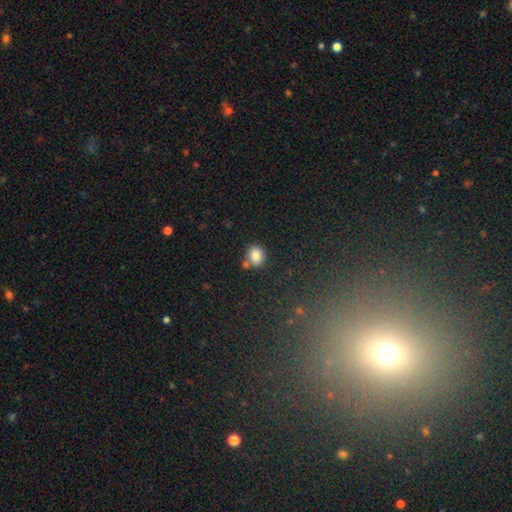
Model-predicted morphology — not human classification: smooth-or-featured: smooth: 84% | star or artifact: 10% | featured or disk: 6%
  how-rounded: round: 65% | in between: 34% | cigar-shaped: 1%
  merging: none: 68% | merger: 15% | minor disturbance: 13% | major disturbance: 3%